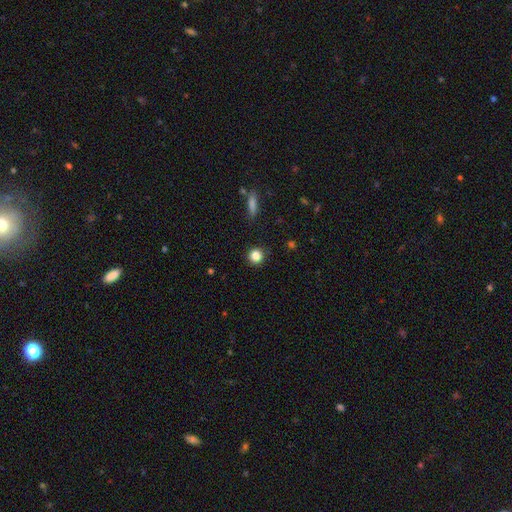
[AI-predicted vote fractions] Smooth or featured: smooth — 85% (star or artifact — 11%)
How rounded: round — 94% (in between — 5%)
Merging: none — 90% (minor disturbance — 6%)